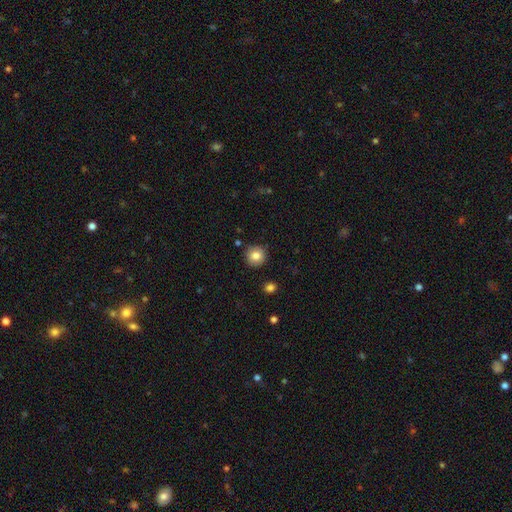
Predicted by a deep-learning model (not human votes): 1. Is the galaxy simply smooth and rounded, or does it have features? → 83% smooth, 9% star or artifact, 7% featured or disk.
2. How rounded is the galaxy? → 92% round, 7% in between, 1% cigar-shaped.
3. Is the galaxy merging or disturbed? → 88% none, 8% minor disturbance, 2% major disturbance, 2% merger.